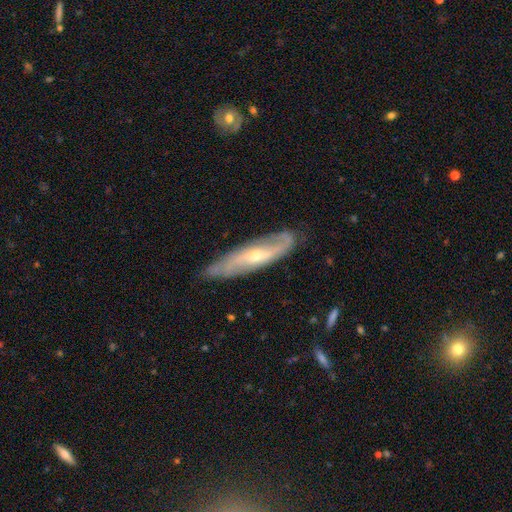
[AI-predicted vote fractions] This appears to be a featured or disk galaxy (75%). Merging: none (75%).